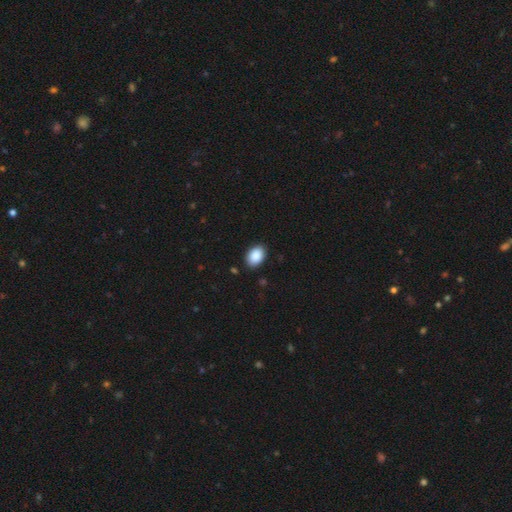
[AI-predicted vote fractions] smooth 90%, star or artifact 7%, featured or disk 3%. Down the decision tree: how rounded — in between (84%); merging — none (87%).